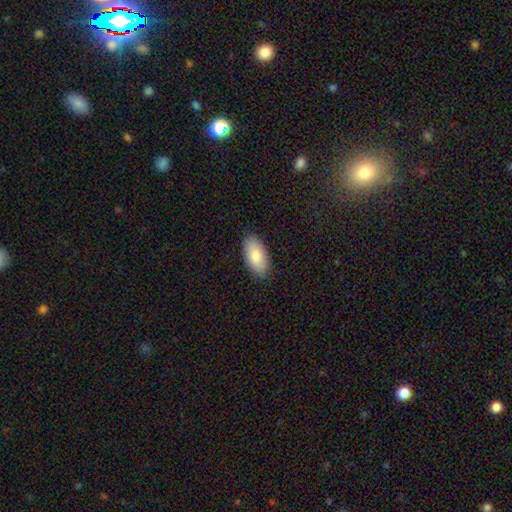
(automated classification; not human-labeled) Smooth or featured: smooth — 82% (featured or disk — 12%)
How rounded: in between — 94% (cigar-shaped — 4%)
Merging: none — 87% (minor disturbance — 10%)